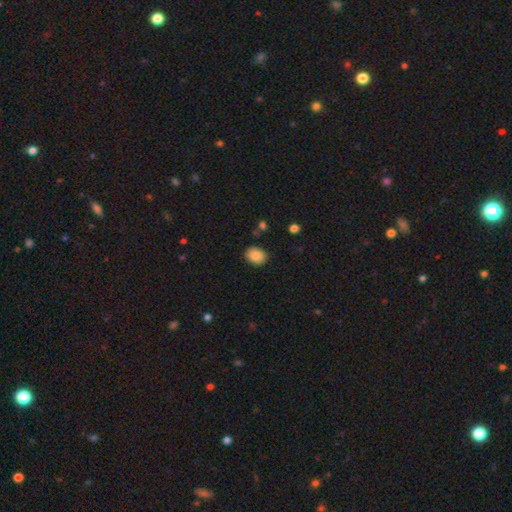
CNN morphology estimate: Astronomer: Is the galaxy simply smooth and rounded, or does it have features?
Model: smooth — 88%.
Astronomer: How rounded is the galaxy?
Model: in between — 60% (runner-up: round, 39%).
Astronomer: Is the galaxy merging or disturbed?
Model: none — 84%.